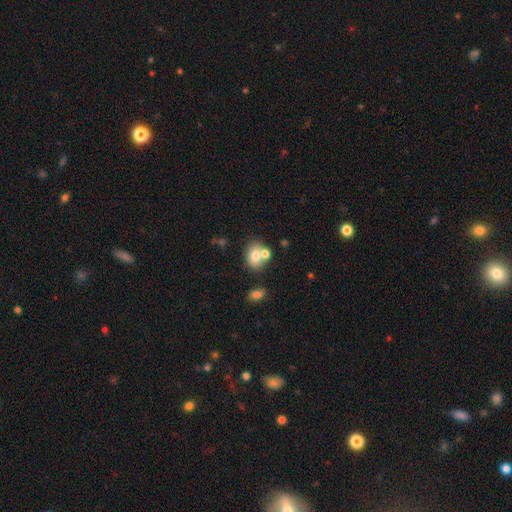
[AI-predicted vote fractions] Smooth or featured? smooth (73%)
How rounded? in between (55%)
Merging? none (50%)